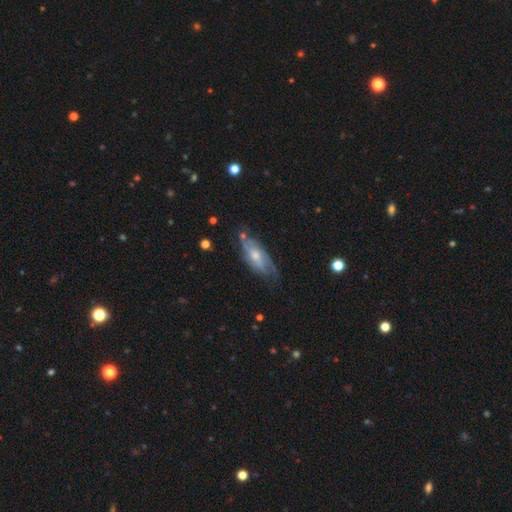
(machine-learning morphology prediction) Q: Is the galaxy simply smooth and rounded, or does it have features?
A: featured or disk — 58%.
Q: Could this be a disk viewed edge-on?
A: no — 76%.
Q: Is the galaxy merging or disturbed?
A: none — 58%.